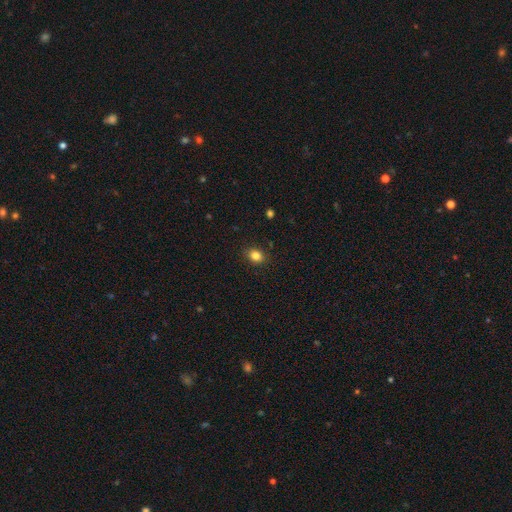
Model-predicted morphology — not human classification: The model was most divided on "how rounded": in between: 54%, round: 45%, cigar-shaped: 1%. More confident: merging — none (87%); smooth or featured — smooth (84%).